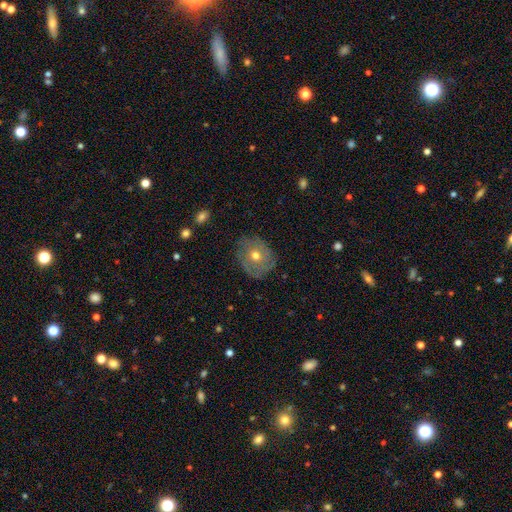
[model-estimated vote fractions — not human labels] Morphology: type=featured or disk (49%); merging=none (77%).